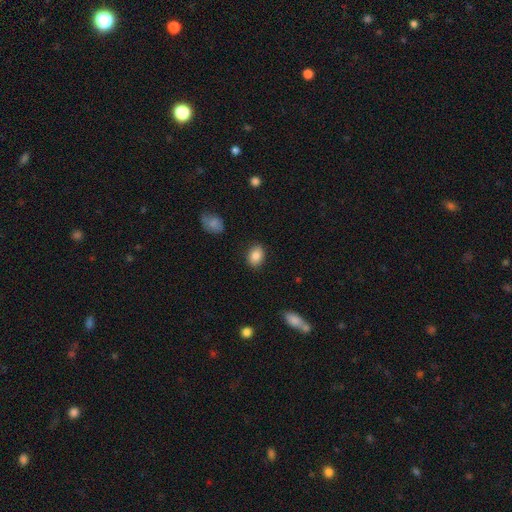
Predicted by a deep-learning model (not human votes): smooth-or-featured: smooth: 84% | star or artifact: 8% | featured or disk: 7%
  how-rounded: in between: 68% | round: 31% | cigar-shaped: 1%
  merging: none: 87% | minor disturbance: 9% | major disturbance: 2% | merger: 1%